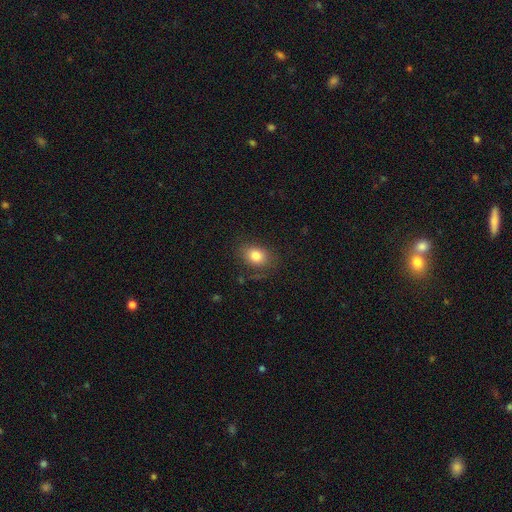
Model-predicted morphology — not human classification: type=smooth (81%); roundness=in between (62%); merging=none (78%).